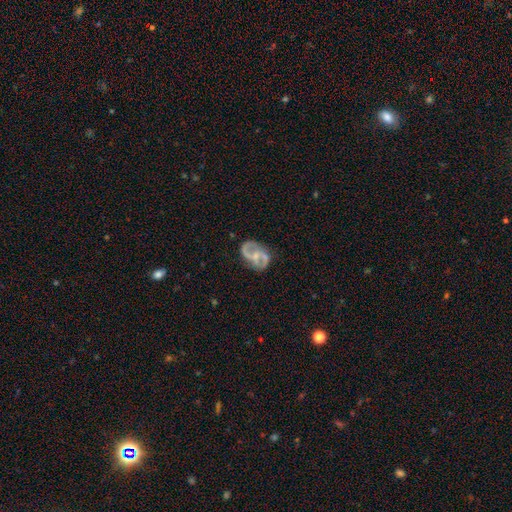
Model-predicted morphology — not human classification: This is clearly a featured or disk galaxy (85%). It is clearly not viewed edge-on (98%). Bar: possibly weak (46%). Spiral arm pattern: clearly yes (93%). Spiral arm count: clearly 2 (90%). Spiral winding: possibly medium (48%). Central bulge: possibly small (51%). Merging: likely none (70%).